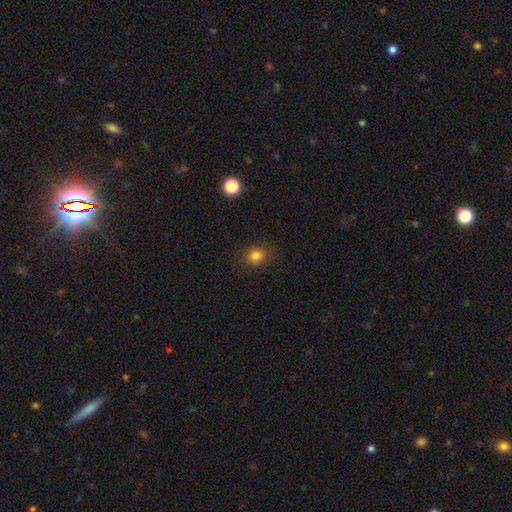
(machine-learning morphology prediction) Smooth or featured? smooth (81%)
How rounded? round (73%)
Merging? none (84%)